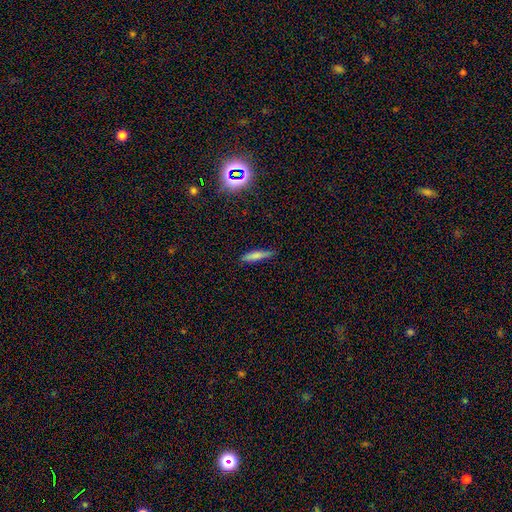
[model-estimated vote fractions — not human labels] Overall: smooth (75%). How rounded: cigar-shaped (77%). Merging: none (75%).